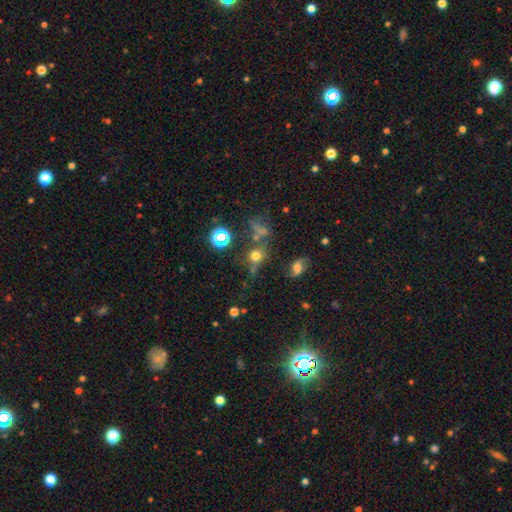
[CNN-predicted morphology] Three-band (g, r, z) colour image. It shows a smooth galaxy with no disk features (59%) that is round (76%). Merging: none (58%).